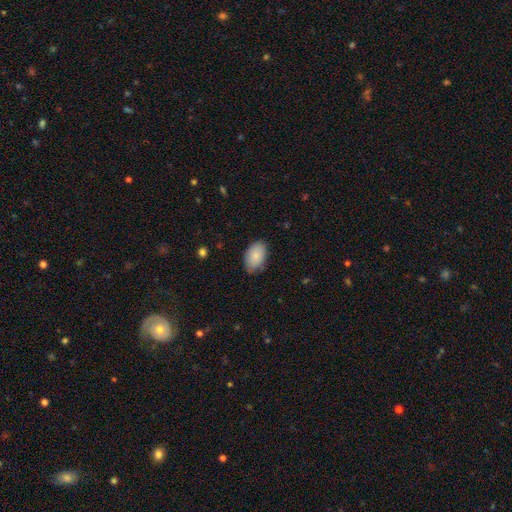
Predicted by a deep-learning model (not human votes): A smooth galaxy with no disk features (85%) that is in between round and cigar-shaped (91%). Merging: none (77%).